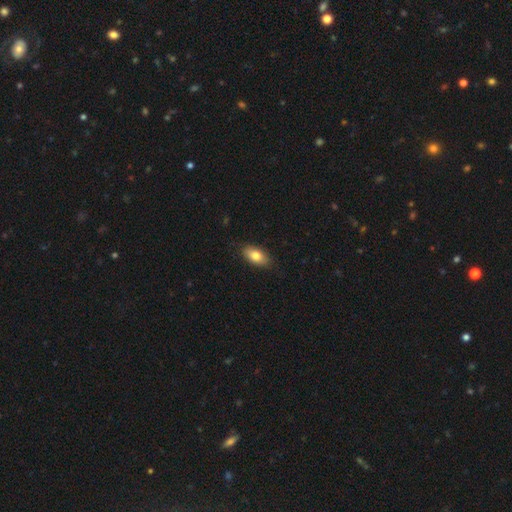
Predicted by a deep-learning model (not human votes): This is clearly a smooth galaxy (81%). How rounded: clearly in between (90%). Merging: clearly none (86%).